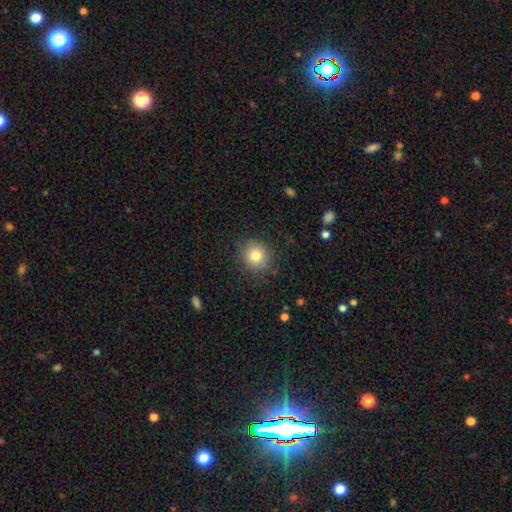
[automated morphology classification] type=smooth (81%); roundness=round (84%); merging=none (86%).